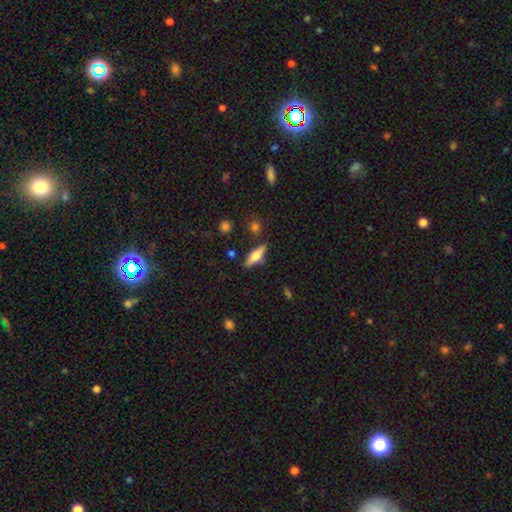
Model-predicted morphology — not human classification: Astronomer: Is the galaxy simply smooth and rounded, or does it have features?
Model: featured or disk — 50% (runner-up: smooth, 43%).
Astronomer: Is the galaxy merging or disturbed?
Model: none — 82%.